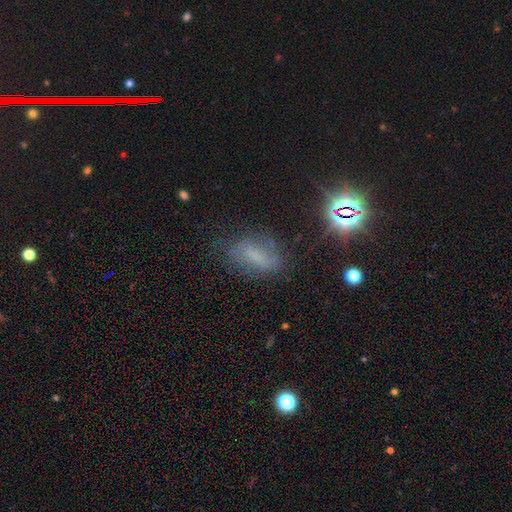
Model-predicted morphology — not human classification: Smooth or featured? smooth (45%)
Merging? none (60%)